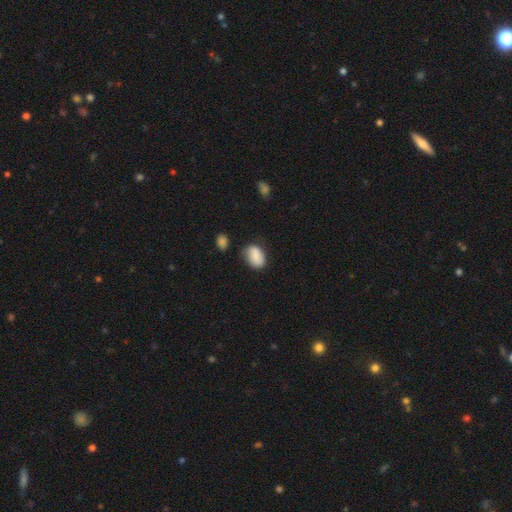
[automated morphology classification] Smooth or featured? smooth (84%)
How rounded? in between (84%)
Merging? none (63%)